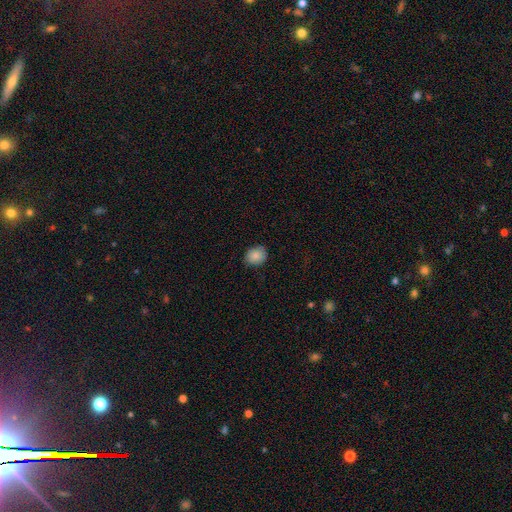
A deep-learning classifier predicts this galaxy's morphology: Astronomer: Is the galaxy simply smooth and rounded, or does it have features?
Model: smooth — 87%.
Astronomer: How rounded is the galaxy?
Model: round — 63%.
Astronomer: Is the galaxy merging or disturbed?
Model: none — 82%.